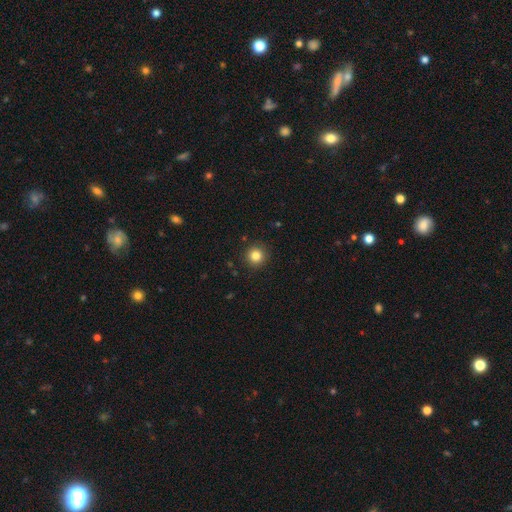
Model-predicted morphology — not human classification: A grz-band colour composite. It shows a smooth galaxy with no disk features (83%) that is round (95%). Merging: none (92%).